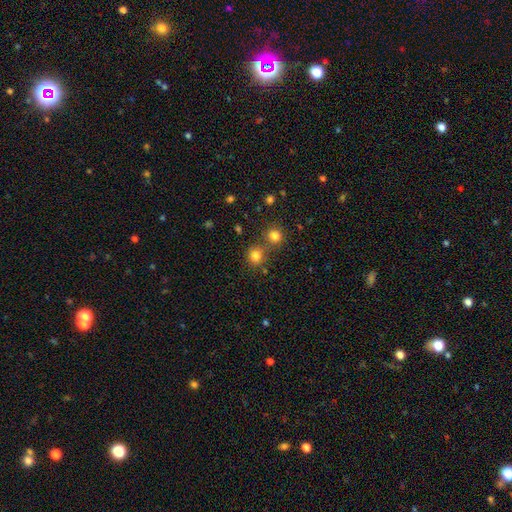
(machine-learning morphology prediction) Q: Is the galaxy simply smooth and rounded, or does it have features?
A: smooth — 80%.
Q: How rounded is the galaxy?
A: round — 86%.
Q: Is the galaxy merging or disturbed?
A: none — 64%.